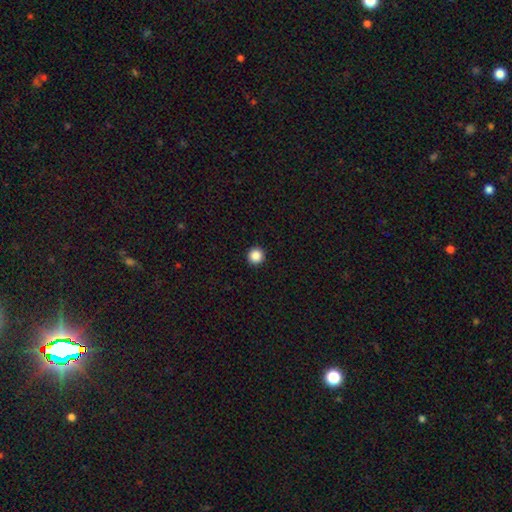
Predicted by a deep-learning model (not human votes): Q: Smooth or featured?
A: smooth (87%); runner-up: star or artifact (10%)
Q: How rounded?
A: round (96%); runner-up: in between (3%)
Q: Merging?
A: none (94%); runner-up: minor disturbance (4%)